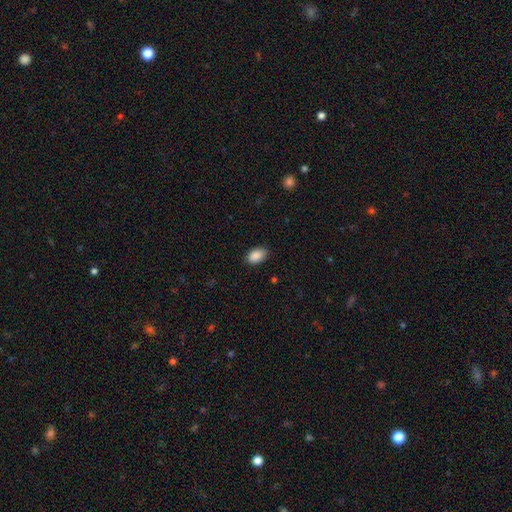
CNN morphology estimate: type=smooth (90%); roundness=in between (91%); merging=none (83%).